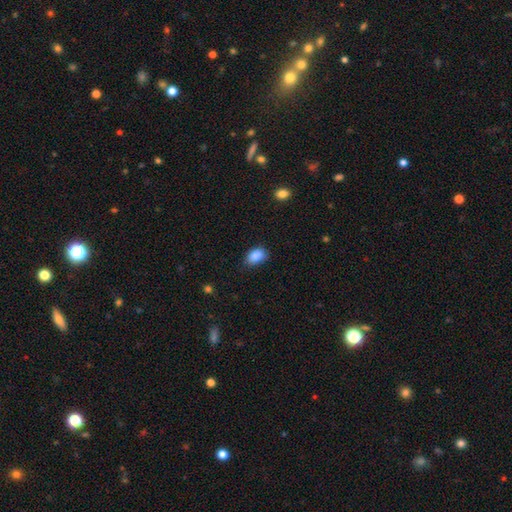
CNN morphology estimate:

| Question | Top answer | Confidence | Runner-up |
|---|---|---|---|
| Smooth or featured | smooth | 88% | star or artifact (8%) |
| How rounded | in between | 86% | round (13%) |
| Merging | none | 75% | minor disturbance (20%) |